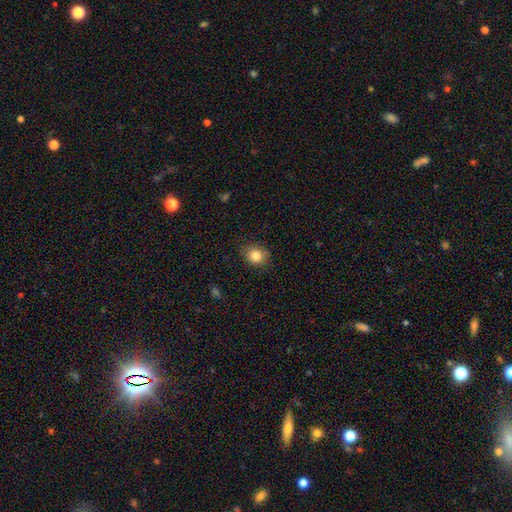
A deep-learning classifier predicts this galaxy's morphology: This appears to be a smooth galaxy with no disk features (83%) that is round (63%). Merging: none (85%).